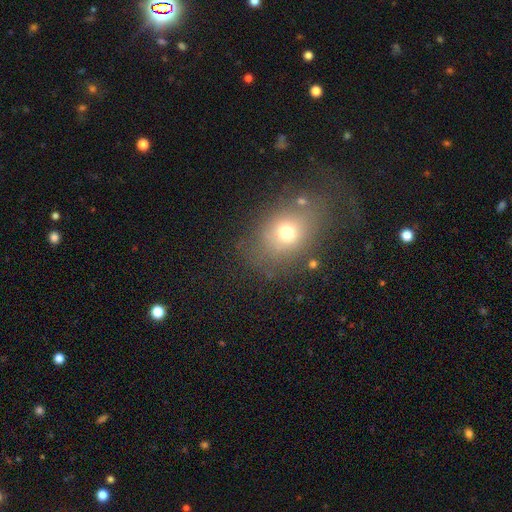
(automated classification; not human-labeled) Smooth or featured: smooth — 63% (star or artifact — 21%)
How rounded: in between — 57% (round — 41%)
Merging: none — 71% (minor disturbance — 17%)